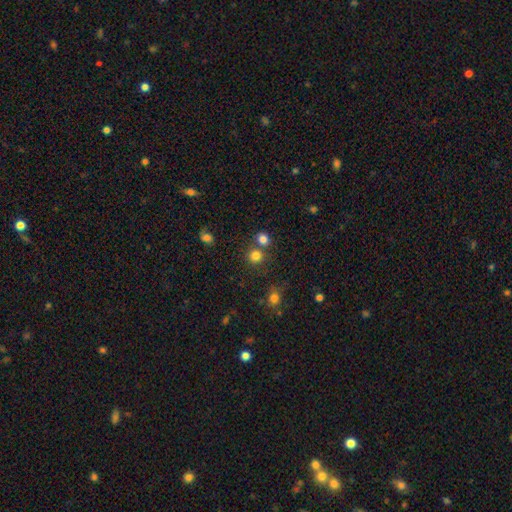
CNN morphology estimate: The model was most divided on "merging": none: 68%, merger: 22%, minor disturbance: 7%, major disturbance: 3%. More confident: how rounded — round (89%); smooth or featured — smooth (79%).